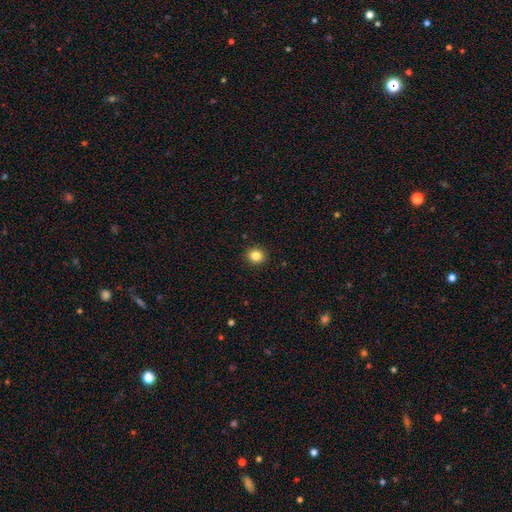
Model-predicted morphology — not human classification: Smooth or featured?
  - smooth: 84% *
  - star or artifact: 11%
  - featured or disk: 5%
How rounded?
  - round: 83% *
  - in between: 16%
  - cigar-shaped: 1%
Merging?
  - none: 92% *
  - minor disturbance: 5%
  - major disturbance: 2%
  - merger: 1%